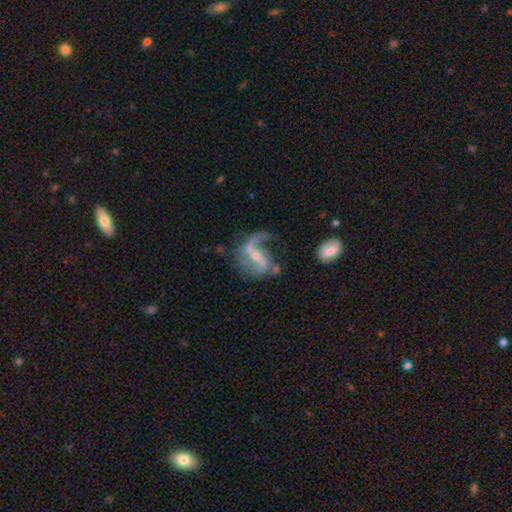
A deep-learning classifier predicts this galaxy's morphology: Smooth or featured? featured or disk (87%)
Edge-on disk? no (97%)
Bar? weak (40%)
Spiral arms? yes (94%)
Spiral winding? loose (70%)
Spiral arm count? 2 (71%)
Bulge size? small (63%)
Merging? none (45%)